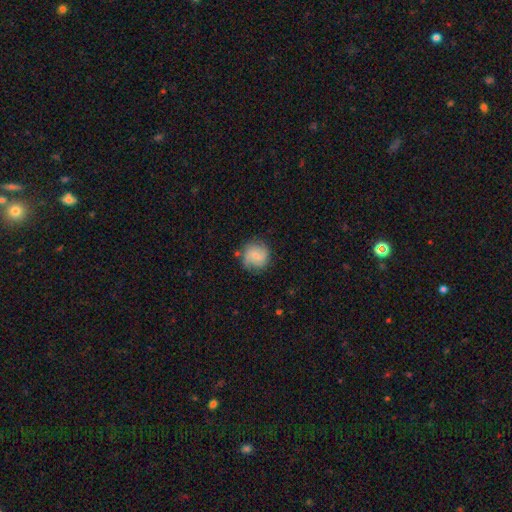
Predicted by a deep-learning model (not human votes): Smooth or featured: featured or disk — 58% (smooth — 34%)
Edge-on disk: no — 98% (yes — 2%)
Bar: weak — 46% (tied with no — 46%)
Spiral arms: yes — 92% (no — 8%)
Spiral winding: medium — 45% (tight — 32%)
Spiral arm count: 2 — 62% (can't tell — 17%)
Bulge size: small — 60% (moderate — 27%)
Merging: none — 77% (minor disturbance — 16%)